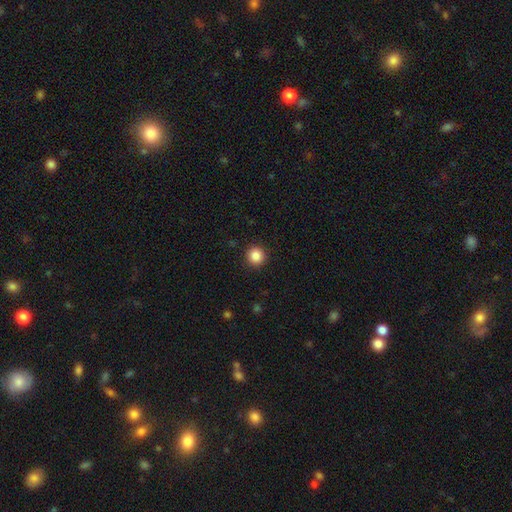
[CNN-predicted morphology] Smooth or featured?
  - smooth: 86% *
  - star or artifact: 10%
  - featured or disk: 4%
How rounded?
  - round: 95% *
  - in between: 4%
  - cigar-shaped: 1%
Merging?
  - none: 93% *
  - minor disturbance: 5%
  - major disturbance: 2%
  - merger: 1%